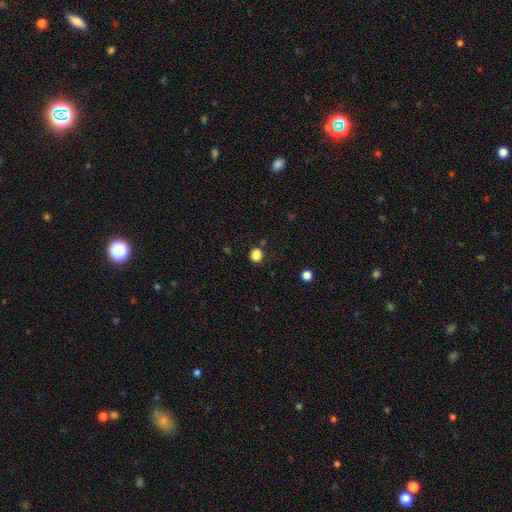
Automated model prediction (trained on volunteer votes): Smooth or featured?
  - smooth: 85% *
  - star or artifact: 11%
  - featured or disk: 3%
How rounded?
  - round: 80% *
  - in between: 19%
  - cigar-shaped: 1%
Merging?
  - none: 81% *
  - minor disturbance: 11%
  - merger: 5%
  - major disturbance: 3%